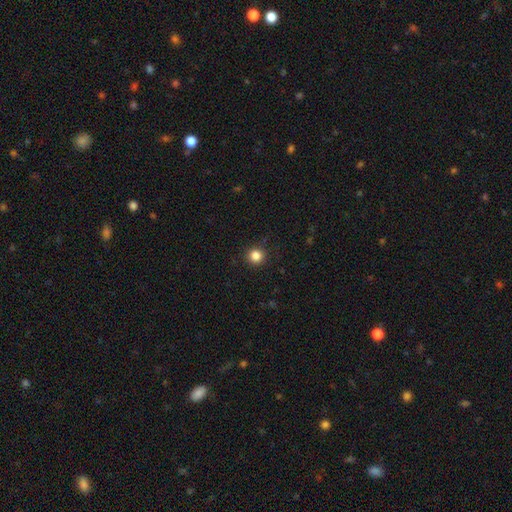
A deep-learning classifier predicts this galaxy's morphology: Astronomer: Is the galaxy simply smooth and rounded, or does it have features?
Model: smooth — 85%.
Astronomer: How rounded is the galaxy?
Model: round — 93%.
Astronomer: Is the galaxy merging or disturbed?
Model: none — 91%.